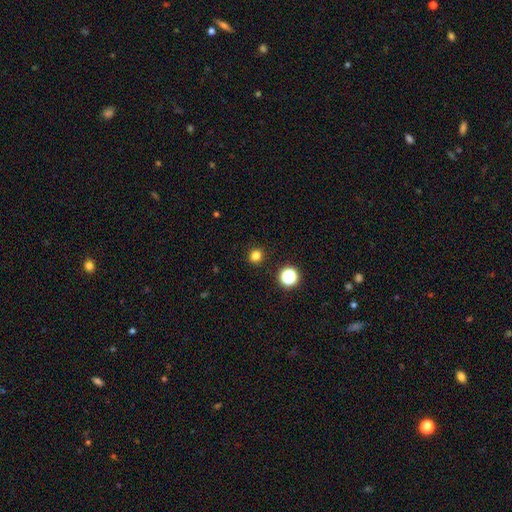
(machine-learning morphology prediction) A smooth galaxy with no disk features (80%) that is round (88%). Merging: none (92%).